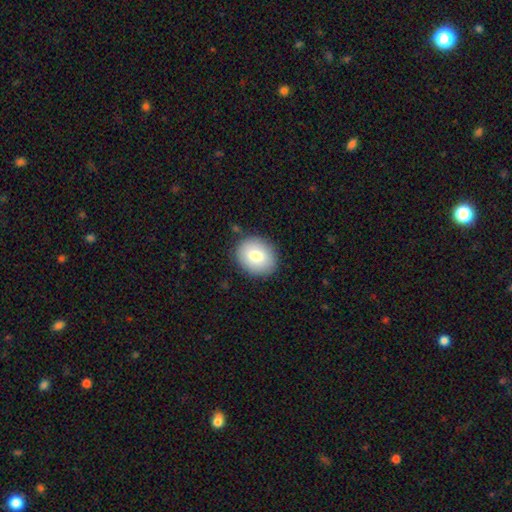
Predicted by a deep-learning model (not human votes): Smooth or featured? smooth (78%)
How rounded? round (57%)
Merging? none (86%)